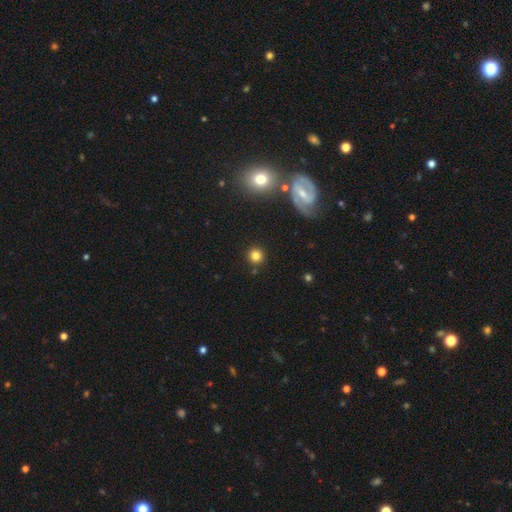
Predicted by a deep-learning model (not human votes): Overall: smooth (80%). How rounded: round (94%). Merging: none (88%).